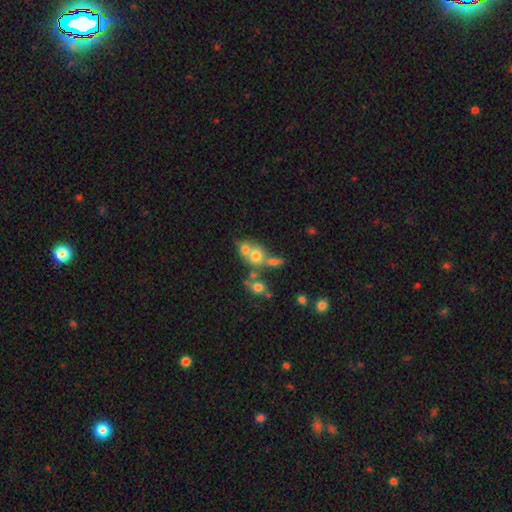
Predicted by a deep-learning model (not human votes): This appears to be a smooth galaxy with no disk features (64%) that is round (67%). Merging: merger (55%).